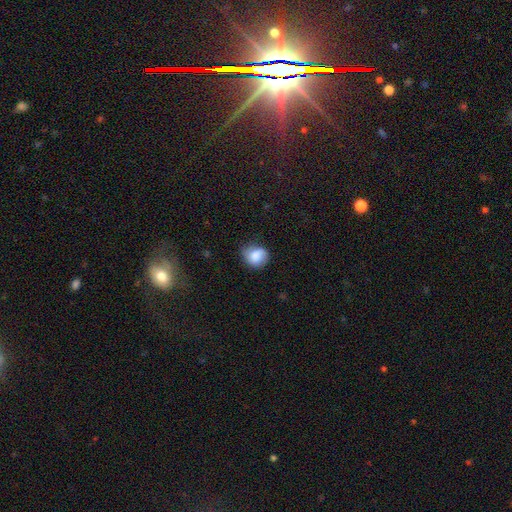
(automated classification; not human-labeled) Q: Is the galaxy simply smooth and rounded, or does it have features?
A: smooth — 80%.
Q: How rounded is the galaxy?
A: round — 71%.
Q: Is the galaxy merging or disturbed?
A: none — 57%.